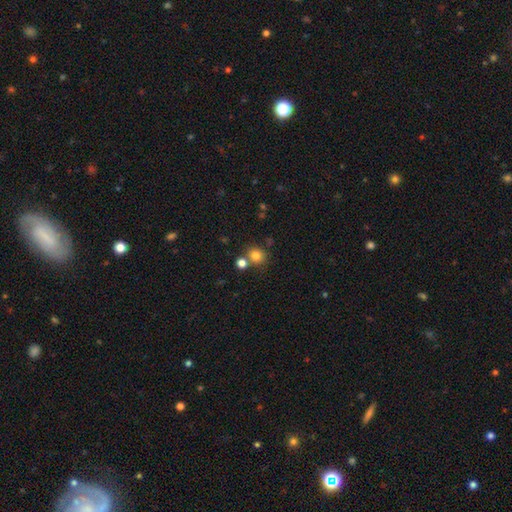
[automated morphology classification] type=smooth (80%); roundness=round (85%); merging=none (68%).